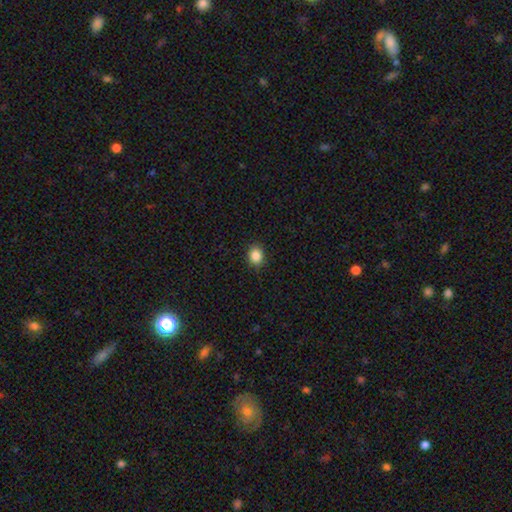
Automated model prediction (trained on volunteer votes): smooth 86%, star or artifact 10%, featured or disk 4%. Down the decision tree: how rounded — round (67%); merging — none (89%).